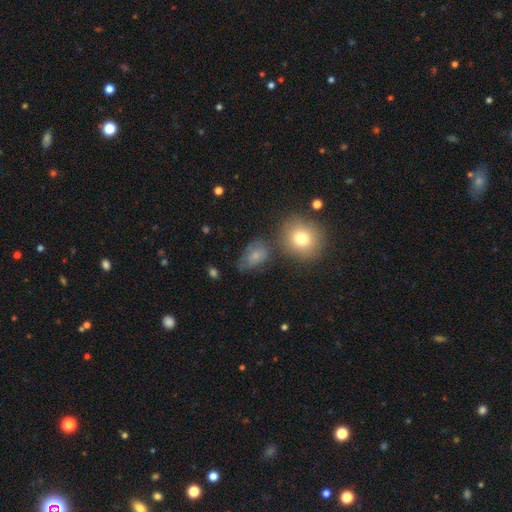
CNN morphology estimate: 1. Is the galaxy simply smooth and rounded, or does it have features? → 69% smooth, 17% featured or disk, 14% star or artifact.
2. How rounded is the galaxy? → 73% in between, 25% round, 2% cigar-shaped.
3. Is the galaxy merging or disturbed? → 51% none, 26% minor disturbance, 12% major disturbance, 10% merger.